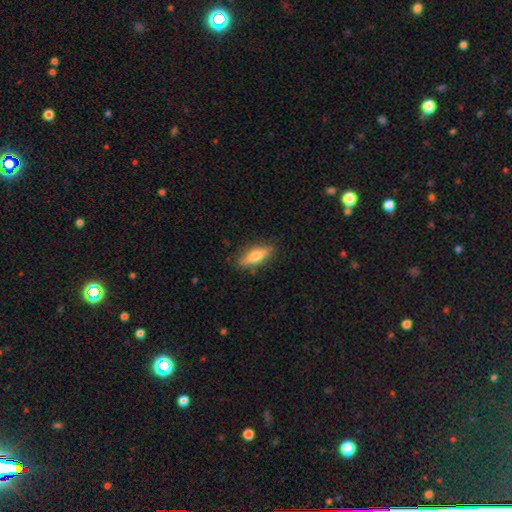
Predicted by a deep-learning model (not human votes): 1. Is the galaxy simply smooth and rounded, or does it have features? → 61% smooth, 33% featured or disk, 7% star or artifact.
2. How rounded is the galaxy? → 49% cigar-shaped (tied), 49% in between (tied), 2% round.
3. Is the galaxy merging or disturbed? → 84% none, 12% minor disturbance, 2% major disturbance, 1% merger.